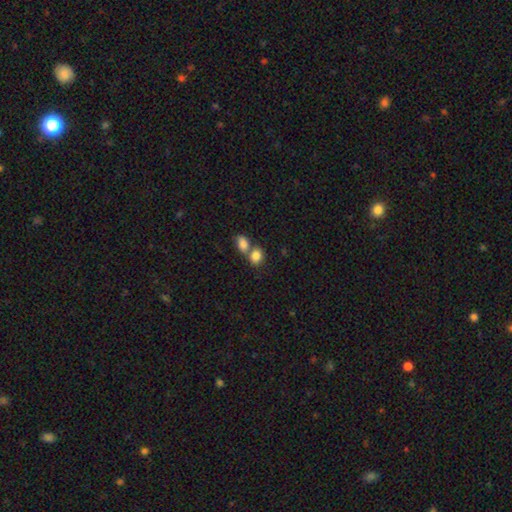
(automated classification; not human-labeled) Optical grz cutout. It shows a smooth galaxy with no disk features (83%) that is in between round and cigar-shaped (56%). Merging: merger (55%).